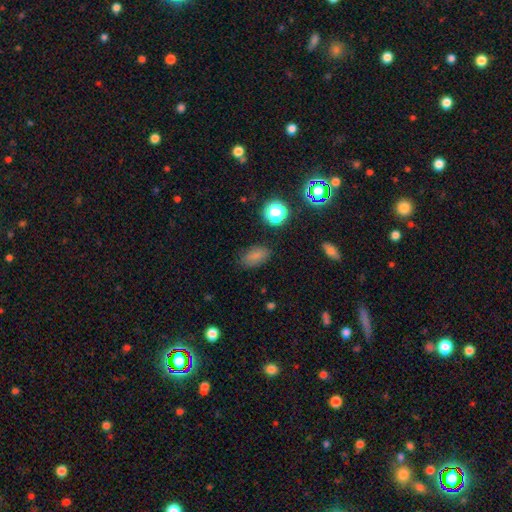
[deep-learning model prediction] A smooth galaxy with no disk features (78%) that is in between round and cigar-shaped (87%). Merging: none (82%).